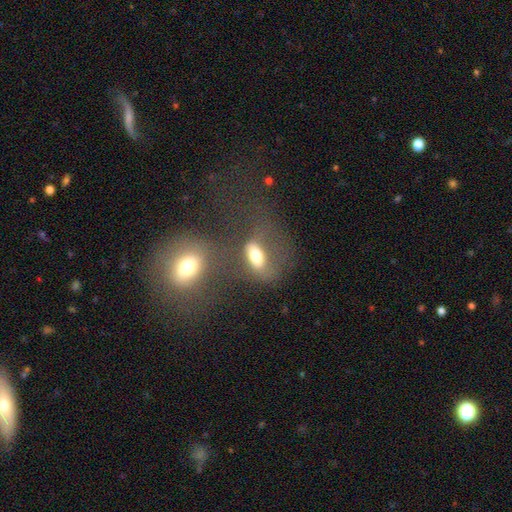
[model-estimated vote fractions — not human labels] Q: Smooth or featured?
A: smooth (66%); runner-up: featured or disk (23%)
Q: How rounded?
A: in between (84%); runner-up: round (8%)
Q: Merging?
A: none (32%); runner-up: major disturbance (29%)